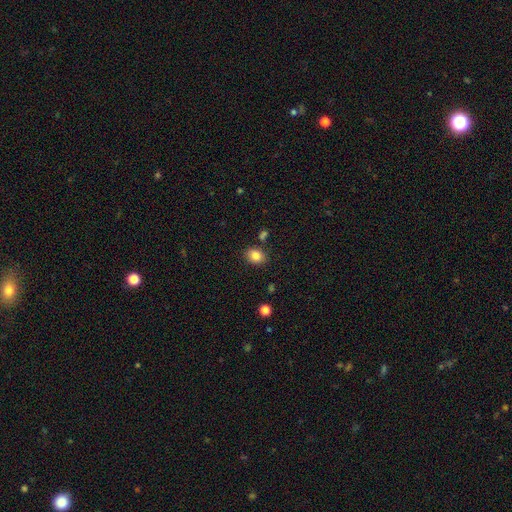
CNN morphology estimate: A smooth galaxy with no disk features (84%) that is in between round and cigar-shaped (60%). Merging: none (83%).